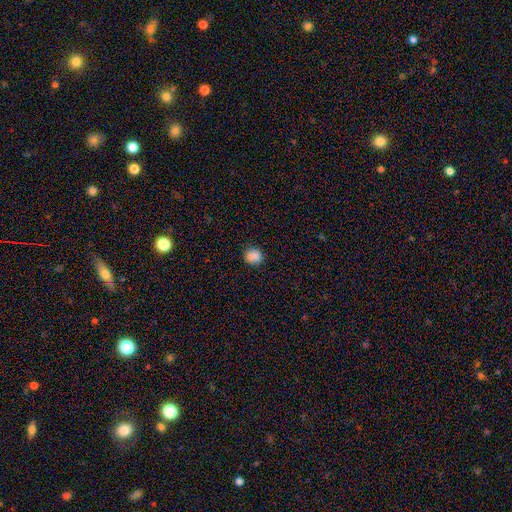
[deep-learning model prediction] Smooth or featured? Predicted: smooth (p=0.87). How rounded? Predicted: round (p=0.84). Merging? Predicted: none (p=0.88).